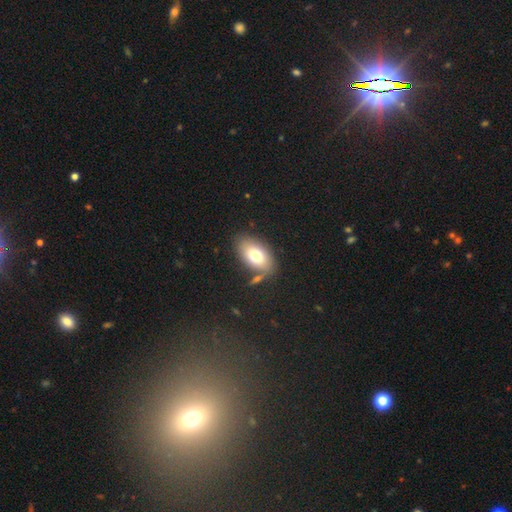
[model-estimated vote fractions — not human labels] Smooth or featured? Predicted: smooth (p=0.74). How rounded? Predicted: in between (p=0.91). Merging? Predicted: none (p=0.73).